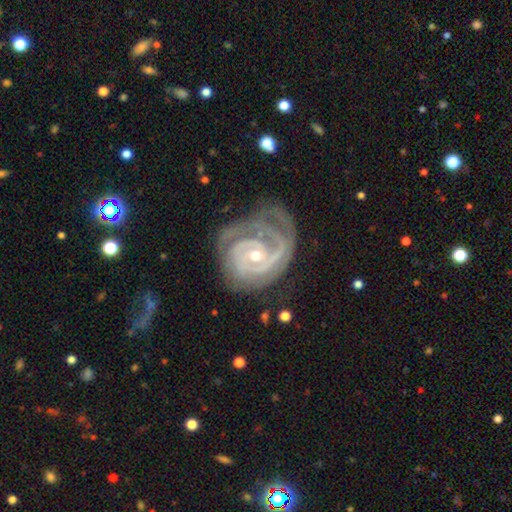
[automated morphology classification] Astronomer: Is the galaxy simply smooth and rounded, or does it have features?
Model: featured or disk — 91%.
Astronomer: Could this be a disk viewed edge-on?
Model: no — 98%.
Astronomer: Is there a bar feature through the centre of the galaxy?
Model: no — 58%.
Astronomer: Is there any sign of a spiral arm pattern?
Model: yes — 98%.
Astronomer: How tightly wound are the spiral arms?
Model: tight — 70%.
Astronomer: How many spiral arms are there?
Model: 2 — 42% (runner-up: 3, 24%).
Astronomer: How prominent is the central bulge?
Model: small — 54% (runner-up: moderate, 43%).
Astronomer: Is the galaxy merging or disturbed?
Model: none — 53%.